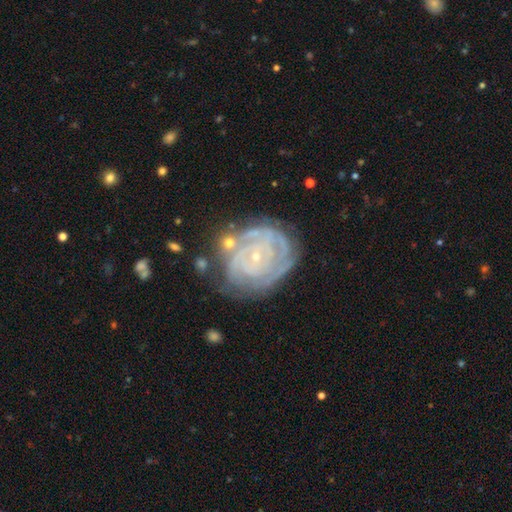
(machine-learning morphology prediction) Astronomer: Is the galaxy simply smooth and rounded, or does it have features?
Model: featured or disk — 85%.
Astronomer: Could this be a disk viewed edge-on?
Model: no — 97%.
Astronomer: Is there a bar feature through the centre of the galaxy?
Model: no — 73%.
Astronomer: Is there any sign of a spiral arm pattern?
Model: yes — 95%.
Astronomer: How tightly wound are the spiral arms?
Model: tight — 83%.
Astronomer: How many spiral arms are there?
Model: can't tell — 30% (runner-up: 3, 21%).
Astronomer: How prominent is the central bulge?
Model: small — 85%.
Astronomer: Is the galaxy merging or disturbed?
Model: none — 68%.